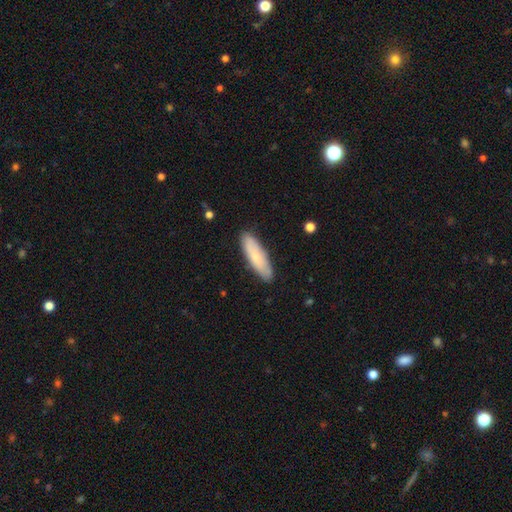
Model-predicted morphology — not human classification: A smooth galaxy with no disk features (71%) that is cigar-shaped (60%). Merging: none (86%).